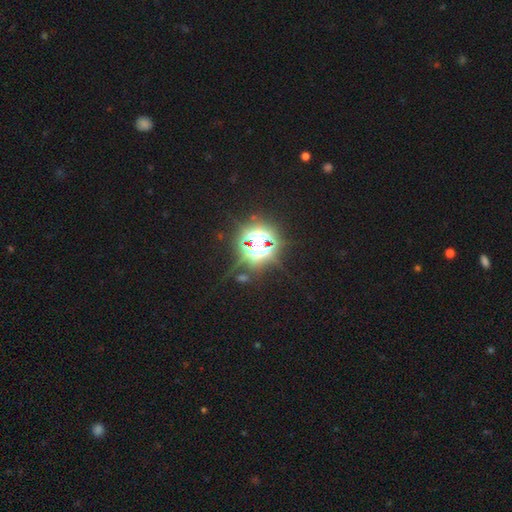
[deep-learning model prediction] Smooth or featured?
  - star or artifact: 78% *
  - smooth: 13%
  - featured or disk: 9%